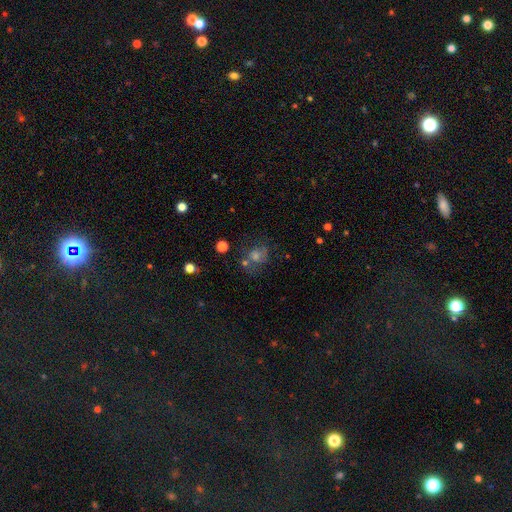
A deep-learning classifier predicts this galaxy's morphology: Q: Smooth or featured?
A: smooth (38%); runner-up: featured or disk (33%)
Q: Merging?
A: none (55%); runner-up: minor disturbance (17%)